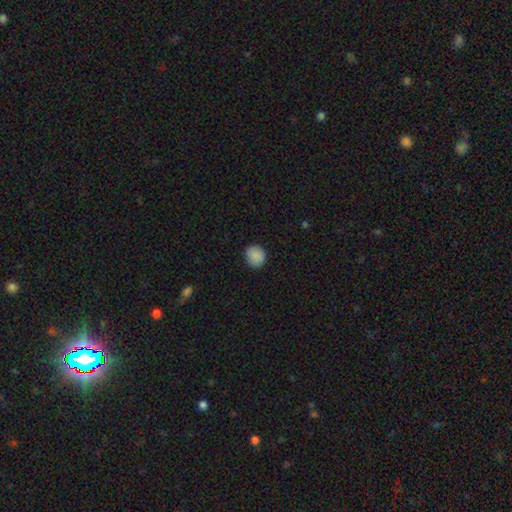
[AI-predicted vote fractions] This is clearly a smooth galaxy (88%). How rounded: clearly round (84%). Merging: clearly none (86%).